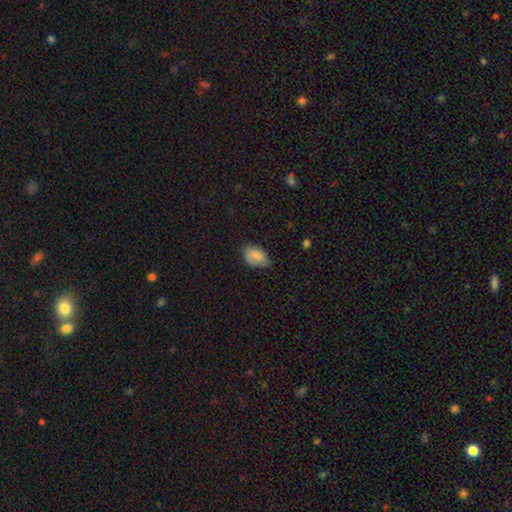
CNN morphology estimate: smooth_or_featured: smooth (p=0.75) [alt: featured or disk p=0.17]
how_rounded: in between (p=0.86) [alt: round p=0.13]
merging: none (p=0.57) [alt: minor disturbance p=0.34]